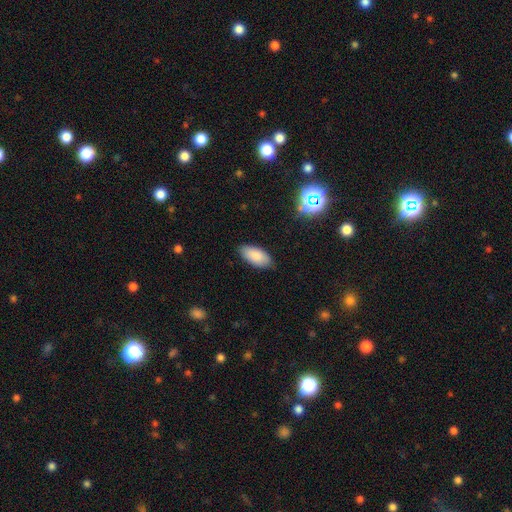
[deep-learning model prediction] Q: Smooth or featured?
A: smooth (86%); runner-up: star or artifact (8%)
Q: How rounded?
A: in between (93%); runner-up: cigar-shaped (5%)
Q: Merging?
A: none (83%); runner-up: minor disturbance (13%)